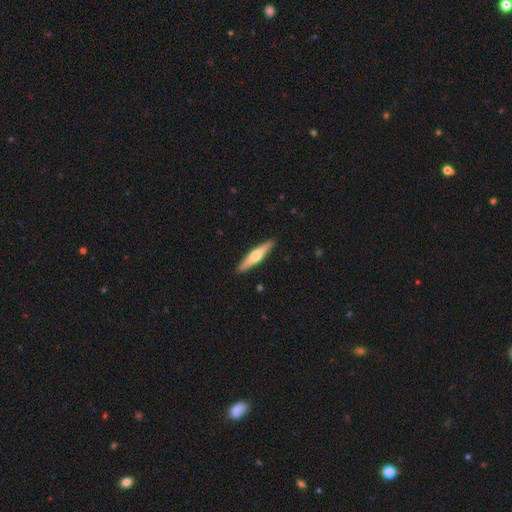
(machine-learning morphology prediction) This appears to be a smooth galaxy with no disk features (49%). Merging: none (91%).